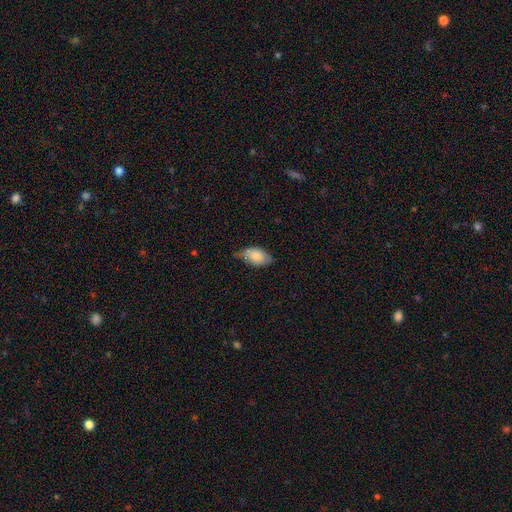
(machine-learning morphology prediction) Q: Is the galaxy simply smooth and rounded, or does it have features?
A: smooth — 78%.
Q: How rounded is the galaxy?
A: in between — 93%.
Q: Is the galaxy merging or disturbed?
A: none — 56%.